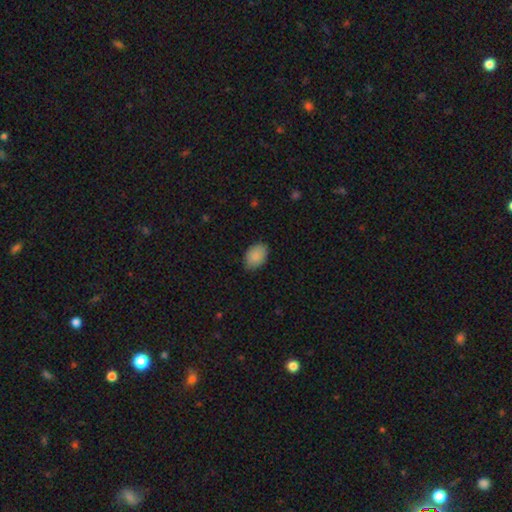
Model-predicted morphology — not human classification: smooth-or-featured: smooth: 88% | star or artifact: 7% | featured or disk: 5%
  how-rounded: in between: 82% | round: 17% | cigar-shaped: 1%
  merging: none: 82% | minor disturbance: 15% | major disturbance: 3% | merger: 1%